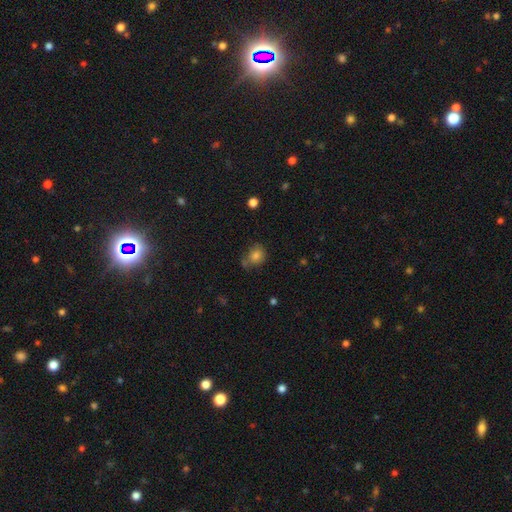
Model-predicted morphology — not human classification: smooth-or-featured: smooth: 78% | star or artifact: 12% | featured or disk: 10%
  how-rounded: round: 58% | in between: 41% | cigar-shaped: 1%
  merging: none: 56% | minor disturbance: 26% | major disturbance: 9% | merger: 9%